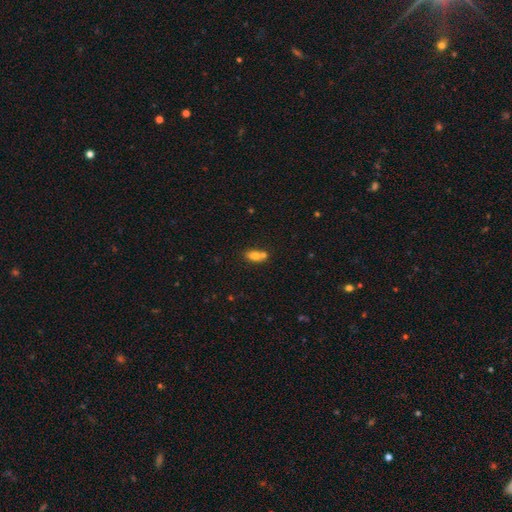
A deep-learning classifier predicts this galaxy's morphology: Smooth or featured? Predicted: smooth (p=0.75). How rounded? Predicted: in between (p=0.79). Merging? Predicted: merger (p=0.44).